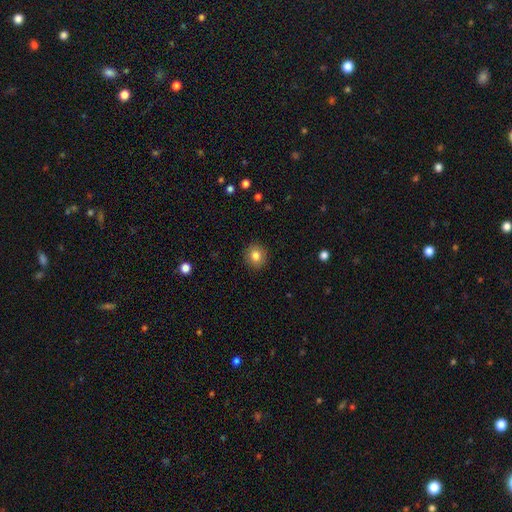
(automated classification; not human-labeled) A smooth galaxy with no disk features (83%) that is round (88%). Merging: none (91%).